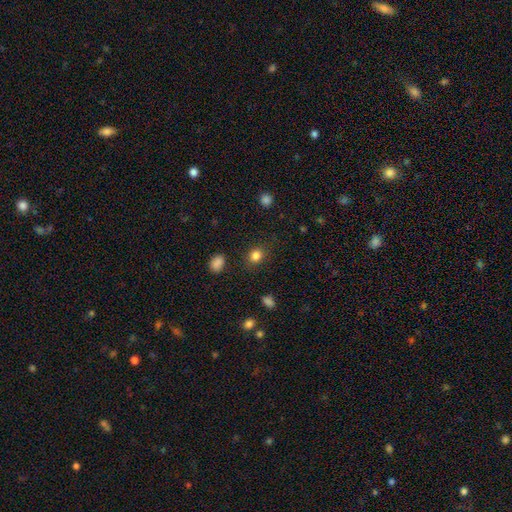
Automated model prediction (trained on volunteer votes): smooth-or-featured: smooth: 83% | star or artifact: 12% | featured or disk: 5%
  how-rounded: round: 66% | in between: 33% | cigar-shaped: 1%
  merging: none: 83% | minor disturbance: 11% | major disturbance: 4% | merger: 2%